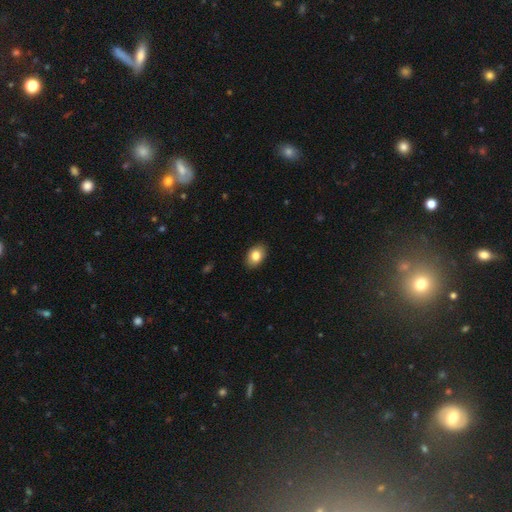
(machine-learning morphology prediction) A smooth galaxy with no disk features (83%) that is in between round and cigar-shaped (82%).

Vote fractions:
- Smooth or featured? smooth: 83% / featured or disk: 9% / star or artifact: 8%
- How rounded? in between: 82% / round: 17% / cigar-shaped: 1%
- Merging? none: 89% / minor disturbance: 8% / major disturbance: 2% / merger: 1%